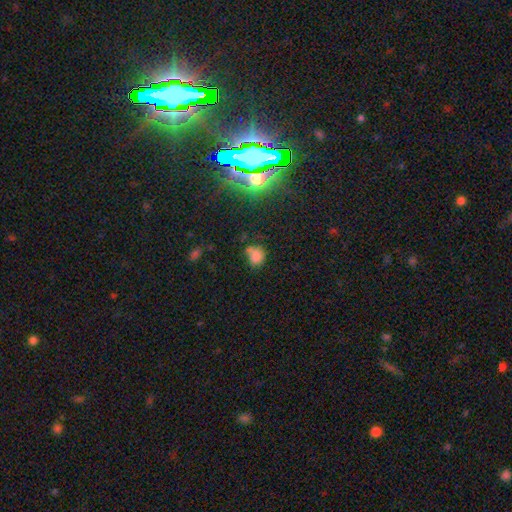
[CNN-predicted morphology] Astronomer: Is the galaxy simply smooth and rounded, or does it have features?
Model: smooth — 75%.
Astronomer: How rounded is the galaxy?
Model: round — 64%.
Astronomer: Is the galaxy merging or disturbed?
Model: none — 46% (runner-up: minor disturbance, 24%).